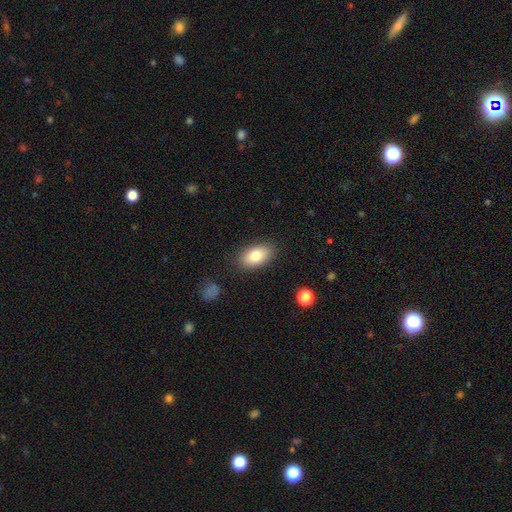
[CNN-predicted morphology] smooth-or-featured: smooth: 80% | featured or disk: 12% | star or artifact: 7%
  how-rounded: in between: 91% | round: 7% | cigar-shaped: 2%
  merging: none: 86% | minor disturbance: 10% | major disturbance: 3% | merger: 2%